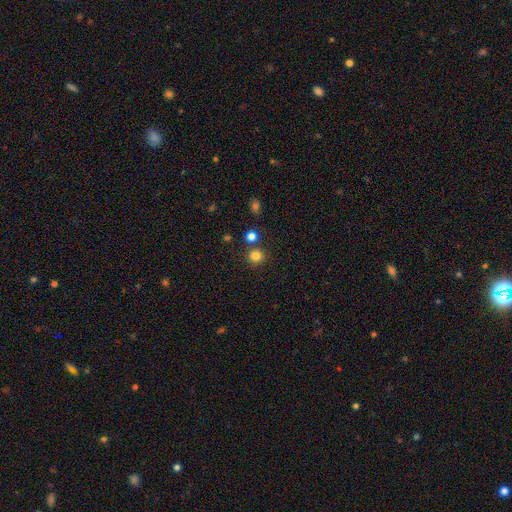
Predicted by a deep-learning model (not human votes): Smooth or featured? Predicted: smooth (p=0.82). How rounded? Predicted: round (p=0.92). Merging? Predicted: none (p=0.81).